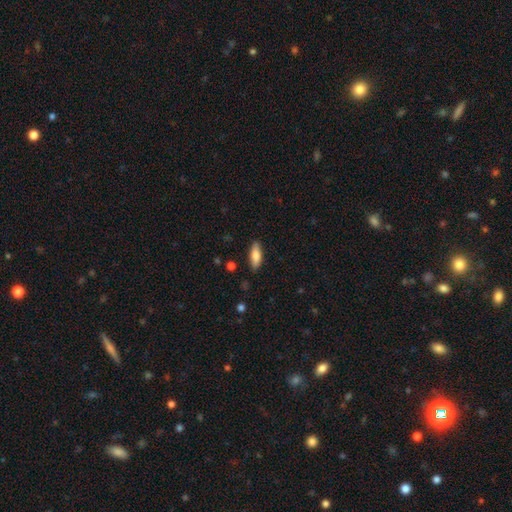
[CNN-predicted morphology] Smooth or featured? smooth (80%)
How rounded? in between (66%)
Merging? none (87%)